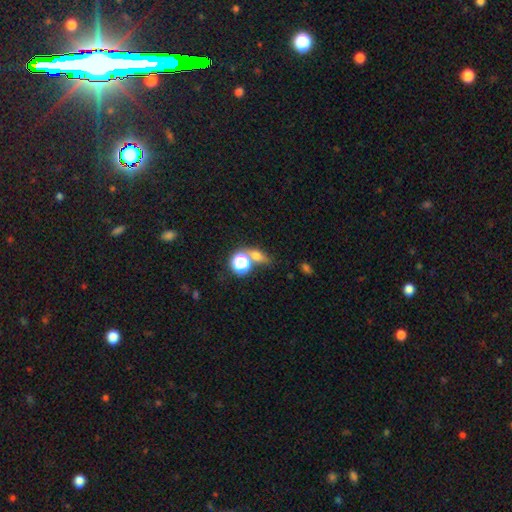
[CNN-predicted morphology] Smooth or featured? Predicted: smooth (p=0.58). How rounded? Predicted: round (p=0.49). Merging? Predicted: none (p=0.55).